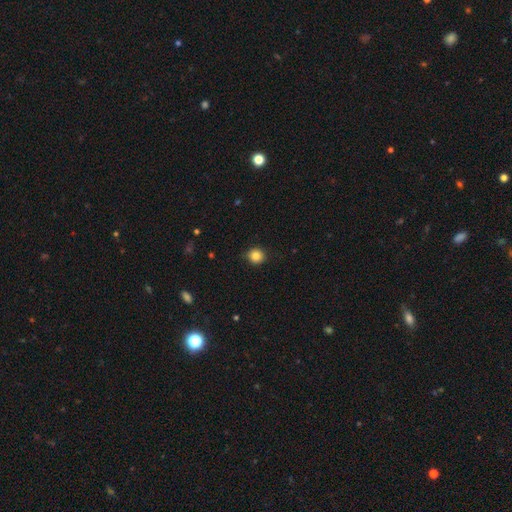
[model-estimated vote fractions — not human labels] Overall: smooth (85%). How rounded: round (89%). Merging: none (89%).